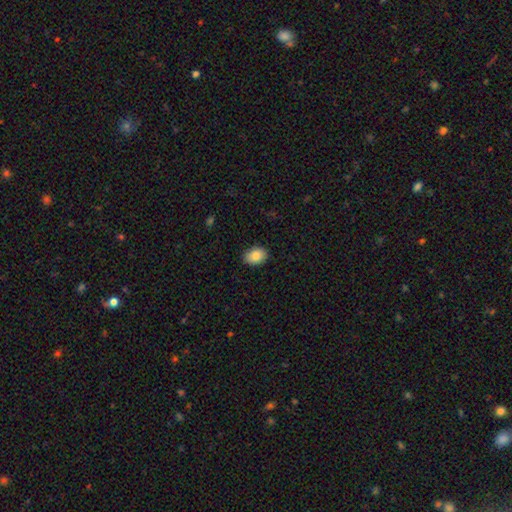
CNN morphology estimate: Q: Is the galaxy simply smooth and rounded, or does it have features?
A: smooth — 87%.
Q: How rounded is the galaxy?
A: in between — 79%.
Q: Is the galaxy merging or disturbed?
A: none — 87%.